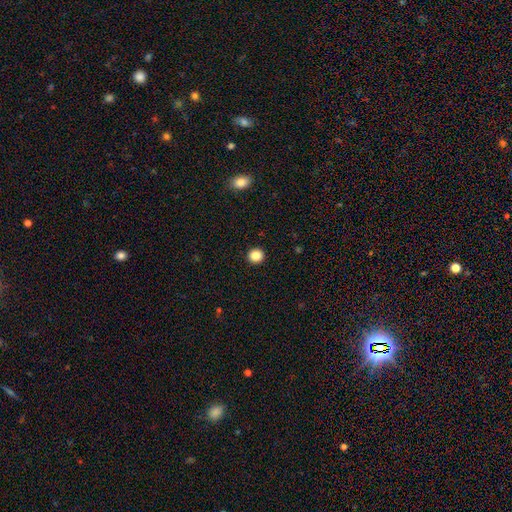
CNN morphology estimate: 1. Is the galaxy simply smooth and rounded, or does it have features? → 86% smooth, 10% star or artifact, 3% featured or disk.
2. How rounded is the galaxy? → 92% round, 7% in between, 1% cigar-shaped.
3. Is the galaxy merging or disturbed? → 93% none, 4% minor disturbance, 2% major disturbance, 1% merger.